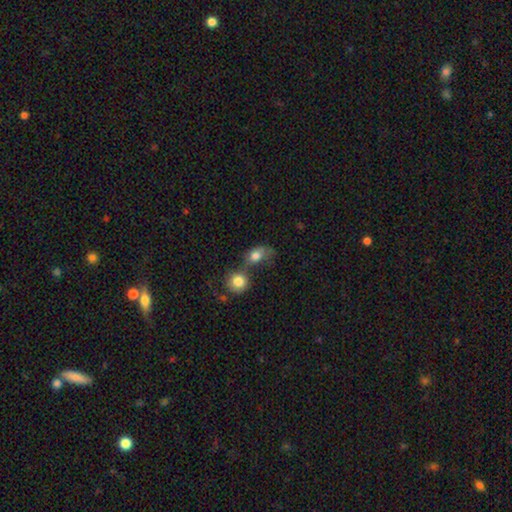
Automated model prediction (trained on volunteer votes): Smooth or featured: smooth — 79% (featured or disk — 12%)
How rounded: in between — 56% (round — 42%)
Merging: merger — 47% (none — 26%)